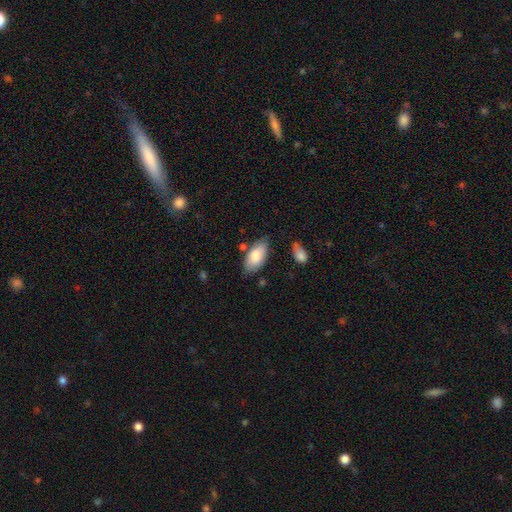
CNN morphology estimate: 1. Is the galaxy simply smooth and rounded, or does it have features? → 80% smooth, 14% featured or disk, 6% star or artifact.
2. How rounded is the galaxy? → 93% in between, 5% cigar-shaped, 2% round.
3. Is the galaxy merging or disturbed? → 70% none, 21% minor disturbance, 5% merger, 4% major disturbance.